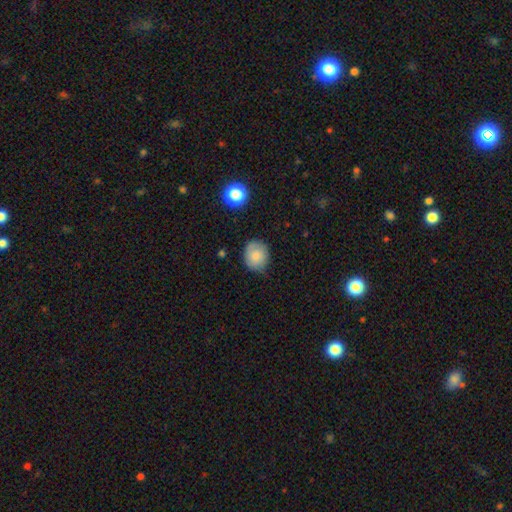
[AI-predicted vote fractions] Smooth or featured? smooth (81%)
How rounded? round (70%)
Merging? none (77%)